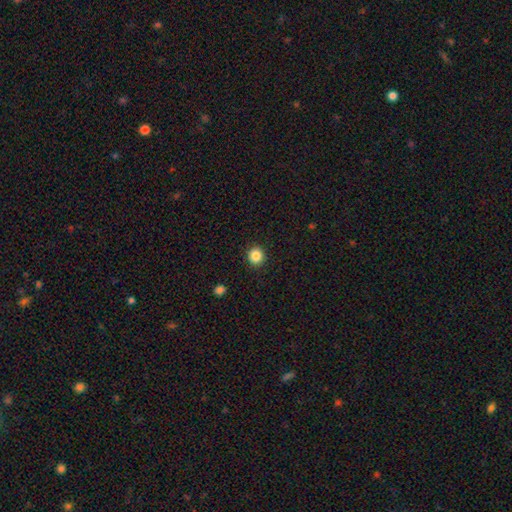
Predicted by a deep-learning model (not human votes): smooth 86%, star or artifact 10%, featured or disk 3%. Down the decision tree: how rounded — round (87%); merging — none (92%).